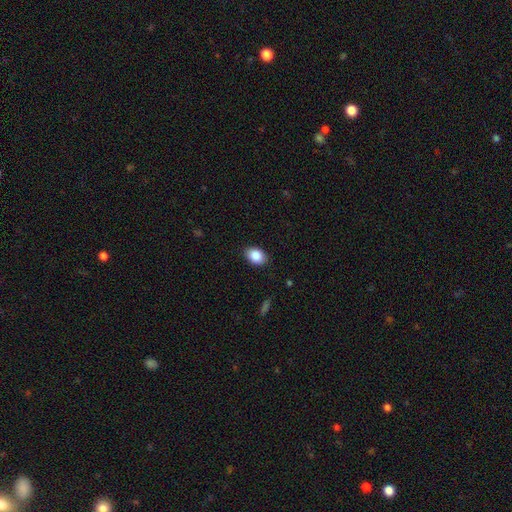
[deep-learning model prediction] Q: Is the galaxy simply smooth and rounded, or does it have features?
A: smooth — 88%.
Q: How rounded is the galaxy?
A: in between — 80%.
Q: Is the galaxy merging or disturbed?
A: none — 87%.